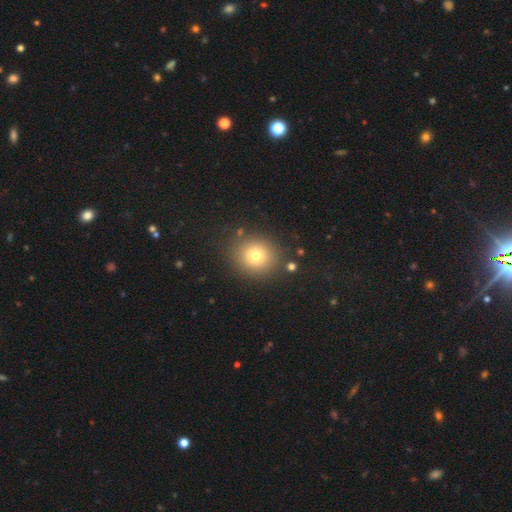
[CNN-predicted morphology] smooth 75%, star or artifact 15%, featured or disk 11%. Down the decision tree: how rounded — round (85%); merging — none (86%).